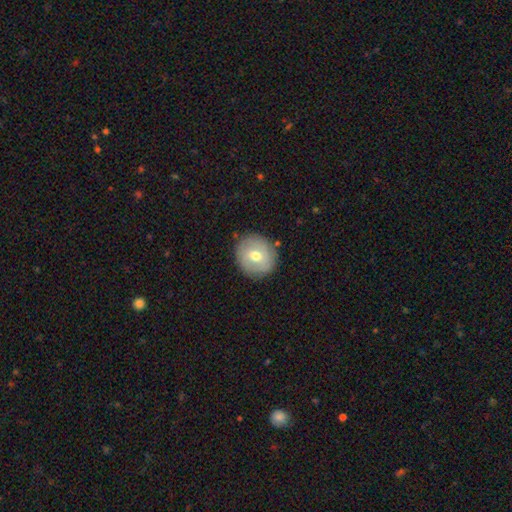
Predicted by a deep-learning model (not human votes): A smooth galaxy with no disk features (57%) that is round (88%). Merging: none (86%).